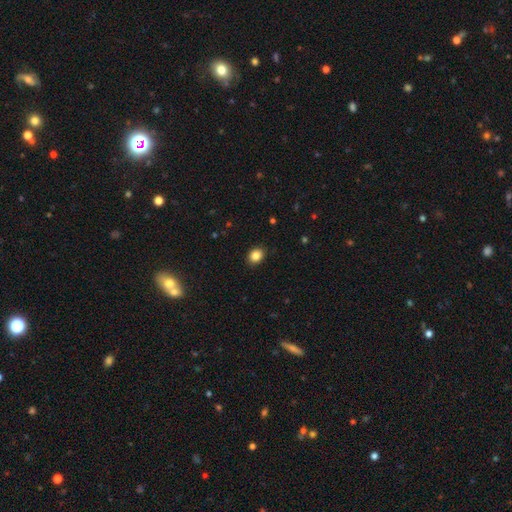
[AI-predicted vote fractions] Smooth or featured? smooth (85%)
How rounded? round (51%)
Merging? none (90%)